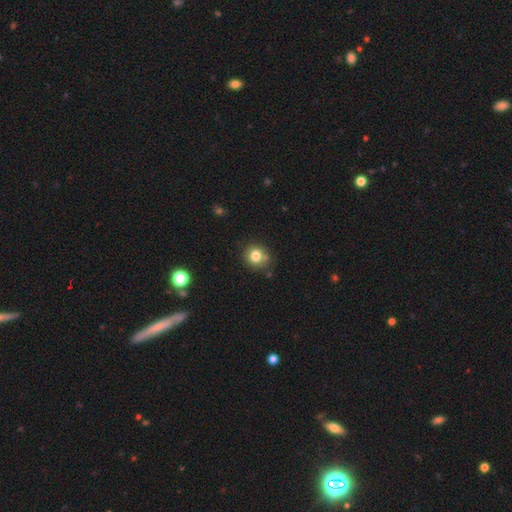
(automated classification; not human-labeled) smooth 79%, star or artifact 12%, featured or disk 9%. Down the decision tree: how rounded — round (79%); merging — none (71%).